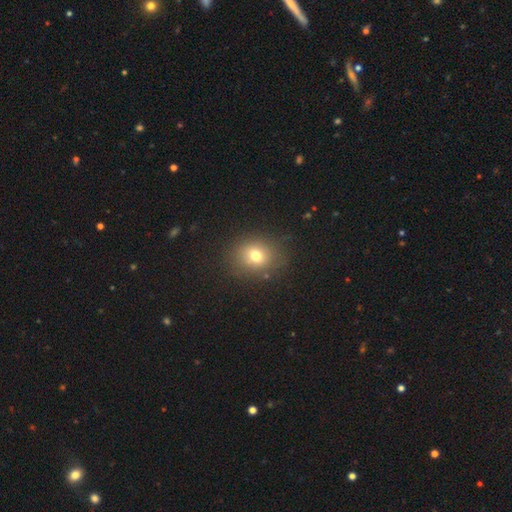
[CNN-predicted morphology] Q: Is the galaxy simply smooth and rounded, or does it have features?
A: smooth — 73%.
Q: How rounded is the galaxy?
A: round — 64%.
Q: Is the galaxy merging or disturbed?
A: none — 83%.